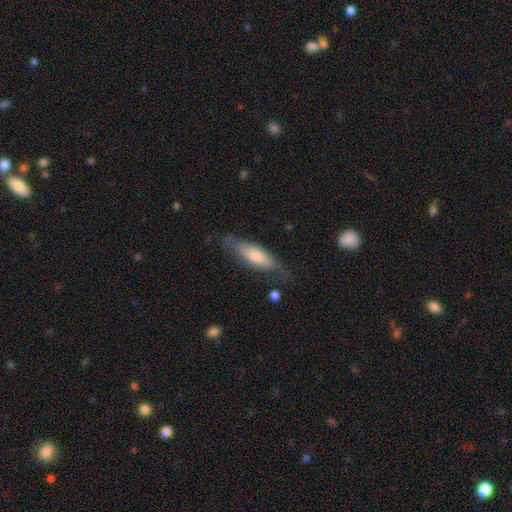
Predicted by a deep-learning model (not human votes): A smooth galaxy with no disk features (58%) that is in between round and cigar-shaped (58%). Merging: none (60%).